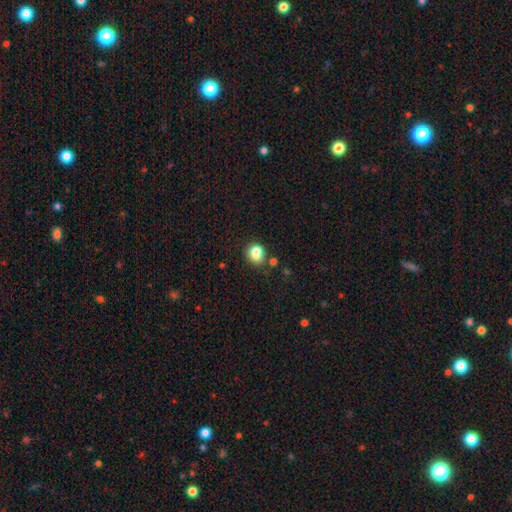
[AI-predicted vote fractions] Morphology: type=smooth (82%); roundness=round (71%); merging=none (71%).